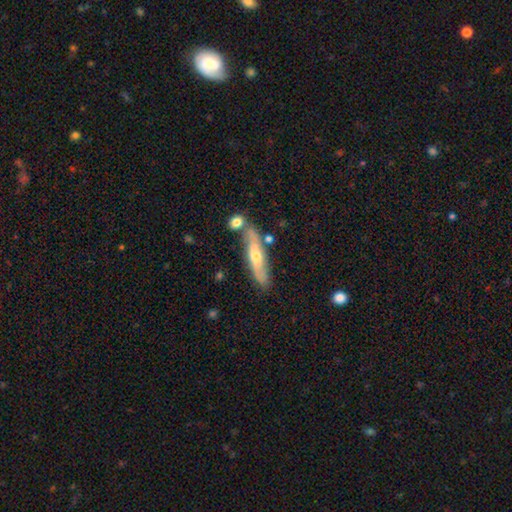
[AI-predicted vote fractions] Q: Smooth or featured?
A: featured or disk (56%); runner-up: smooth (38%)
Q: Edge-on disk?
A: yes (66%); runner-up: no (34%)
Q: Merging?
A: none (72%); runner-up: minor disturbance (15%)